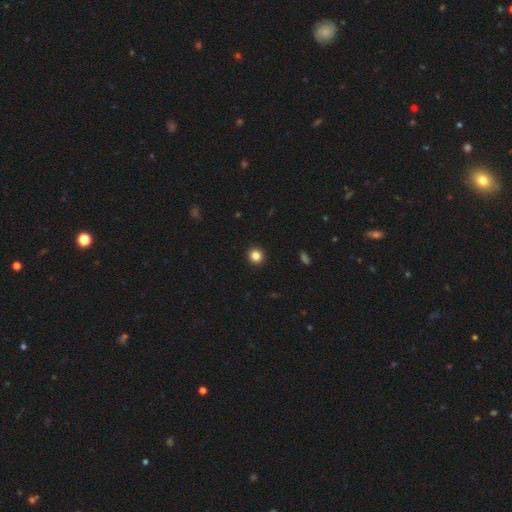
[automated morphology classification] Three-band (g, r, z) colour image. It shows a smooth galaxy with no disk features (85%) that is round (94%). Merging: none (94%).